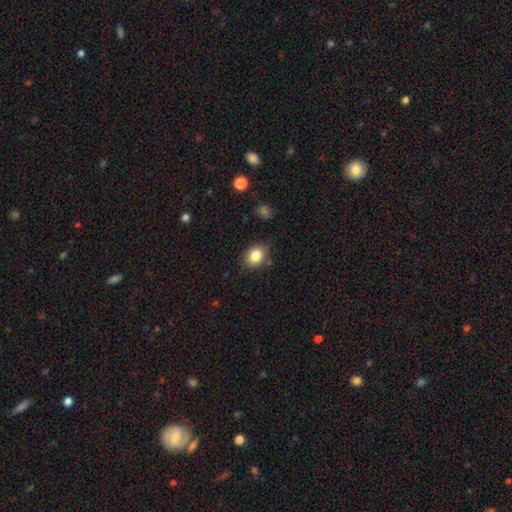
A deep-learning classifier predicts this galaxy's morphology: Smooth or featured? smooth (84%)
How rounded? round (52%)
Merging? none (81%)